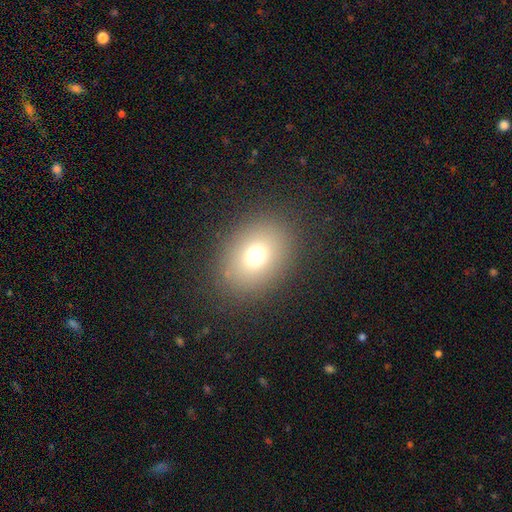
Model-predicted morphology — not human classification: Smooth or featured? smooth (71%)
How rounded? in between (52%)
Merging? none (86%)